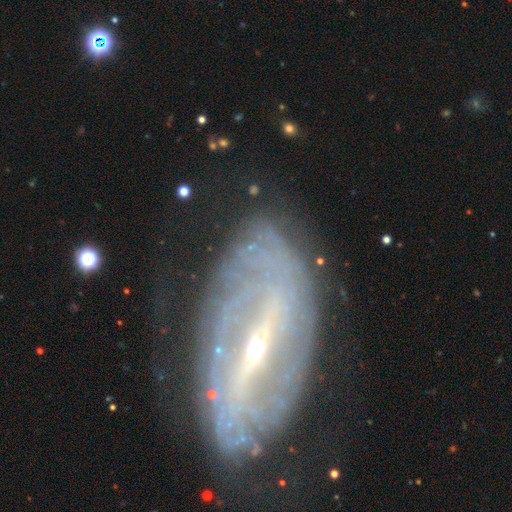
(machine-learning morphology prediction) The model was most divided on "spiral arm count": can't tell: 42%, 2: 31%, 3: 8%, 4: 7%, more than 4: 6%, 1: 6%. More confident: edge-on disk — no (88%); smooth or featured — featured or disk (84%); spiral arms — yes (75%); bulge size — small (72%); merging — none (69%); bar — strong (63%); spiral winding — tight (54%).